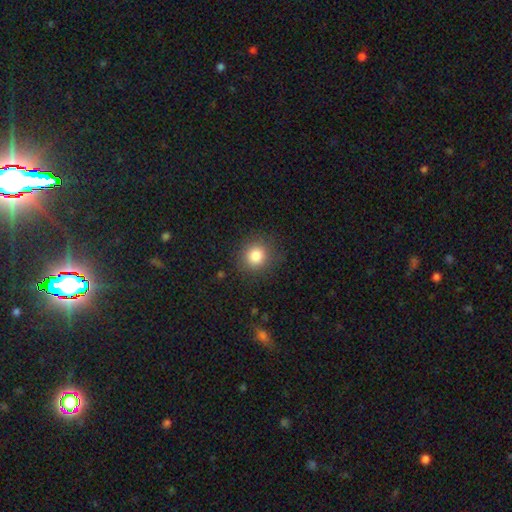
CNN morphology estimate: The model was most divided on "how rounded": round: 85%, in between: 14%, cigar-shaped: 1%. More confident: merging — none (85%); smooth or featured — smooth (84%).